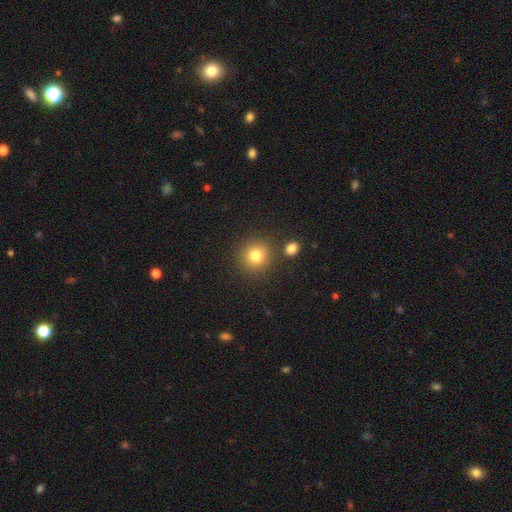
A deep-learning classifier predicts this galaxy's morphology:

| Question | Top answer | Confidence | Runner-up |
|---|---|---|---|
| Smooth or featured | smooth | 80% | star or artifact (13%) |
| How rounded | round | 91% | in between (9%) |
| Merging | none | 83% | minor disturbance (8%) |